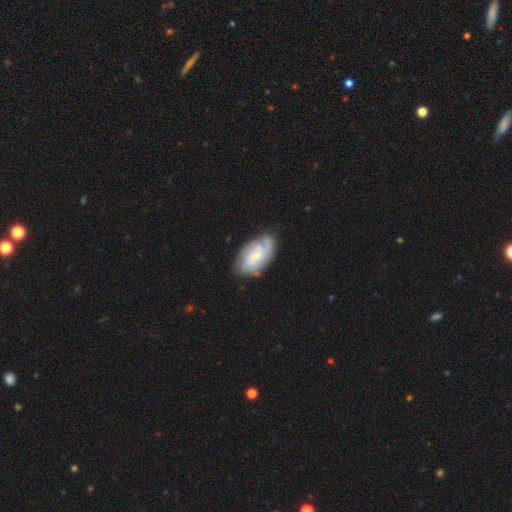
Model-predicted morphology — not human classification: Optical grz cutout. It shows a featured or disk galaxy (78%) with no bar (58%), 3 (31%) tight (53%) spiral arms (95%) and a small central bulge (60%). Merging: none (72%).